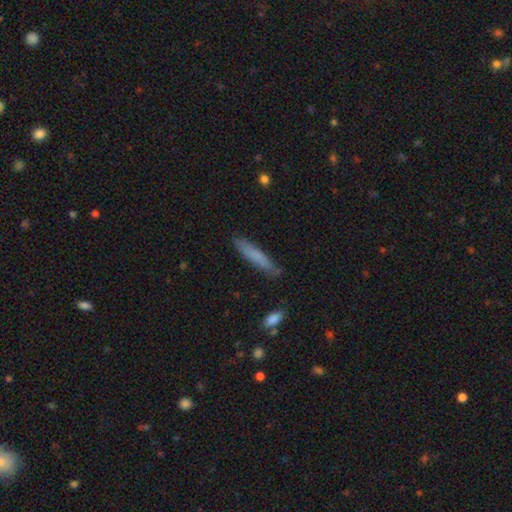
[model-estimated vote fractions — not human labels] This appears to be a smooth galaxy with no disk features (74%) that is cigar-shaped (91%). Merging: none (84%).